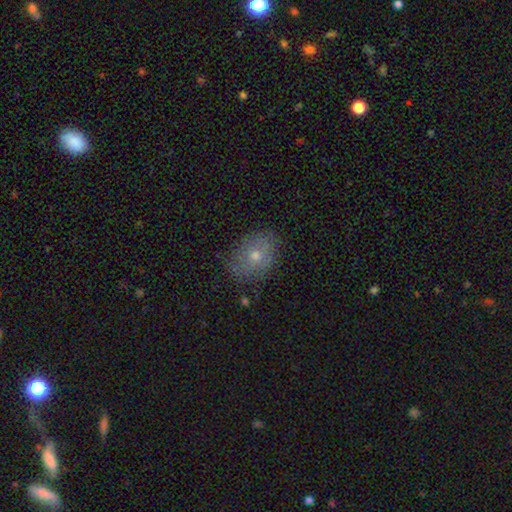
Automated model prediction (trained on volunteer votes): Smooth or featured? smooth (63%)
How rounded? in between (67%)
Merging? none (77%)